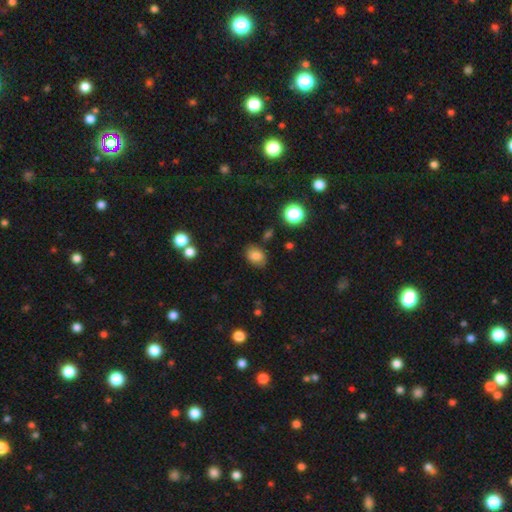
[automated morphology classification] Smooth or featured: smooth — 80% (star or artifact — 11%)
How rounded: in between — 71% (round — 27%)
Merging: none — 78% (minor disturbance — 15%)